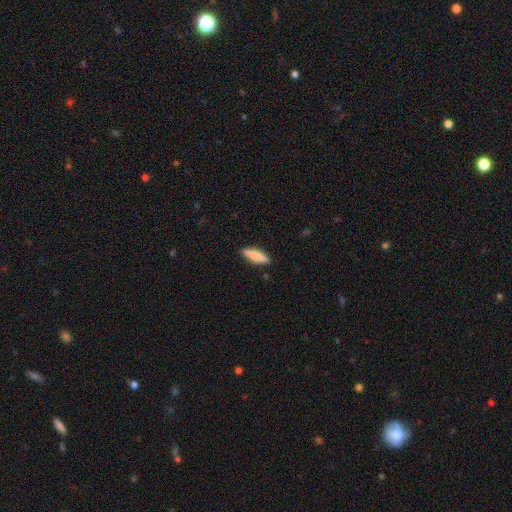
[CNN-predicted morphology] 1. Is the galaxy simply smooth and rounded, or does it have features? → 76% smooth, 18% featured or disk, 6% star or artifact.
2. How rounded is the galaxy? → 59% cigar-shaped, 39% in between, 2% round.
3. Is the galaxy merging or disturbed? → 88% none, 9% minor disturbance, 2% major disturbance, 1% merger.